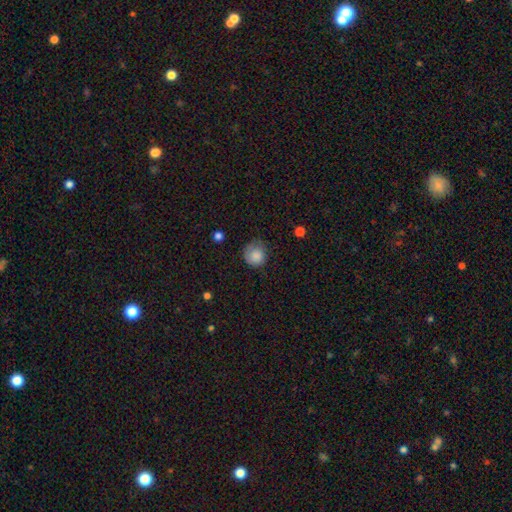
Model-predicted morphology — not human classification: A smooth galaxy with no disk features (84%) that is round (86%).

Vote fractions:
- Smooth or featured? smooth: 84% / star or artifact: 8% / featured or disk: 8%
- How rounded? round: 86% / in between: 13% / cigar-shaped: 1%
- Merging? none: 59% / minor disturbance: 30% / major disturbance: 10% / merger: 1%